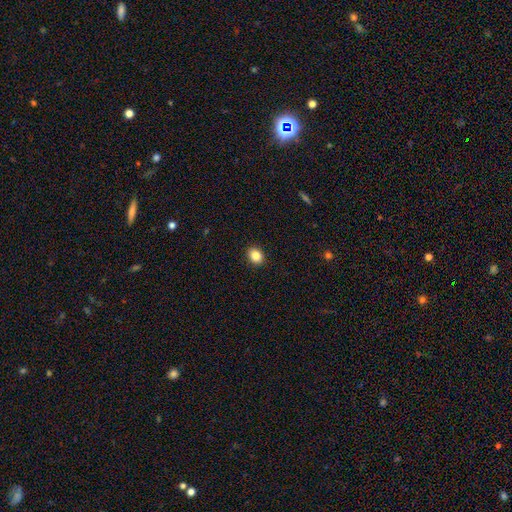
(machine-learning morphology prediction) The model was most divided on "how rounded": round: 60%, in between: 39%, cigar-shaped: 1%. More confident: merging — none (92%); smooth or featured — smooth (86%).